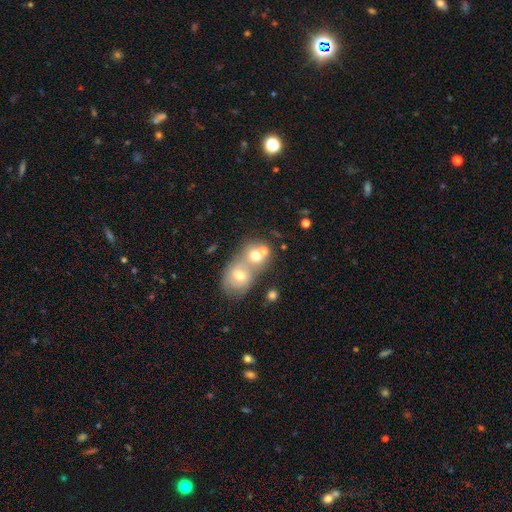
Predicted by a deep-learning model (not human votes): The model was most divided on "how rounded": round: 66%, in between: 33%, cigar-shaped: 1%. More confident: merging — merger (65%); smooth or featured — smooth (61%).